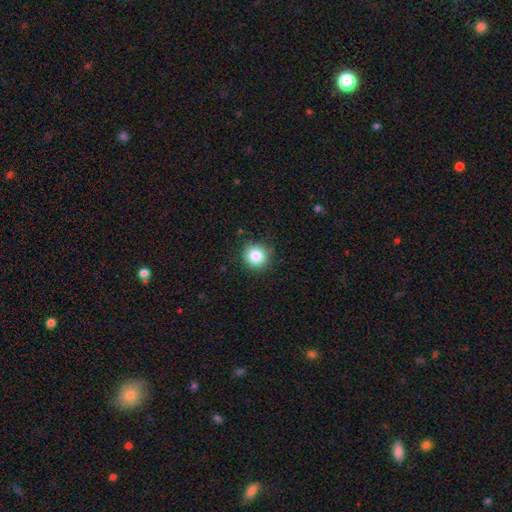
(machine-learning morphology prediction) Smooth or featured? smooth (84%)
How rounded? round (93%)
Merging? none (88%)